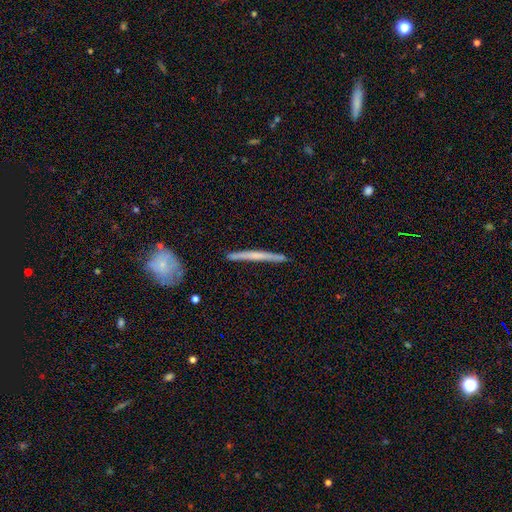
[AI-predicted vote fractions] A featured or disk galaxy (54%) viewed edge-on (96%) with no central bulge (74%).

Vote fractions:
- Smooth or featured? featured or disk: 54% / smooth: 40% / star or artifact: 6%
- Edge-on disk? yes: 96% / no: 4%
- Edge-on bulge? none: 74% / rounded: 19% / boxy: 7%
- Merging? none: 85% / minor disturbance: 10% / merger: 2% / major disturbance: 2%